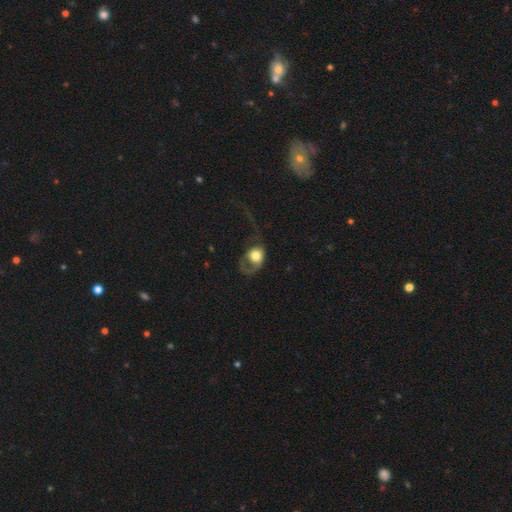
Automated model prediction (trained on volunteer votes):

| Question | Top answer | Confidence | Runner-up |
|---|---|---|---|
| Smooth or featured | smooth | 58% | featured or disk (34%) |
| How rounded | round | 52% | in between (47%) |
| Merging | major disturbance | 64% | none (18%) |